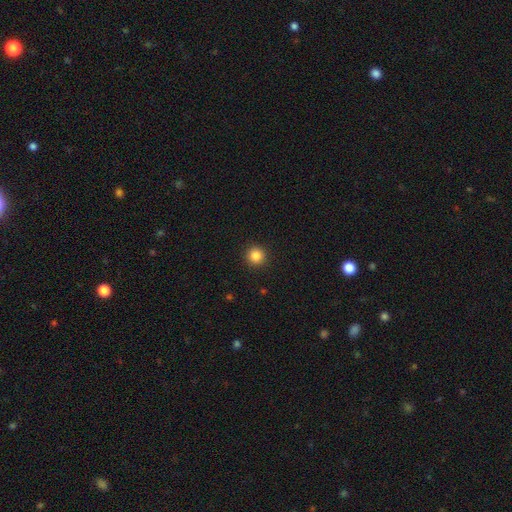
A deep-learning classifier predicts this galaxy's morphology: A smooth galaxy with no disk features (85%) that is round (95%). Merging: none (93%).